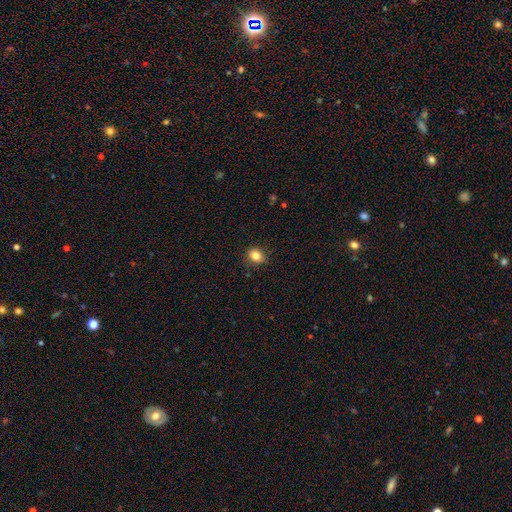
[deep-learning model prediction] A smooth galaxy with no disk features (84%) that is in between round and cigar-shaped (51%).

Vote fractions:
- Smooth or featured? smooth: 84% / star or artifact: 10% / featured or disk: 6%
- How rounded? in between: 51% / round: 48% / cigar-shaped: 1%
- Merging? none: 82% / minor disturbance: 14% / major disturbance: 3% / merger: 1%